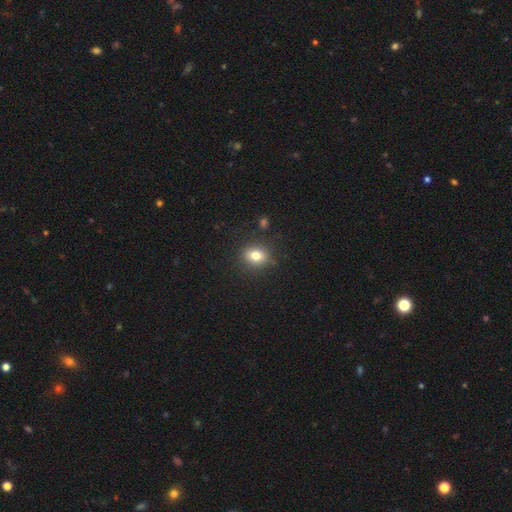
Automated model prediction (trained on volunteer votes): Q: Smooth or featured?
A: smooth (79%); runner-up: star or artifact (12%)
Q: How rounded?
A: round (61%); runner-up: in between (38%)
Q: Merging?
A: none (86%); runner-up: minor disturbance (10%)